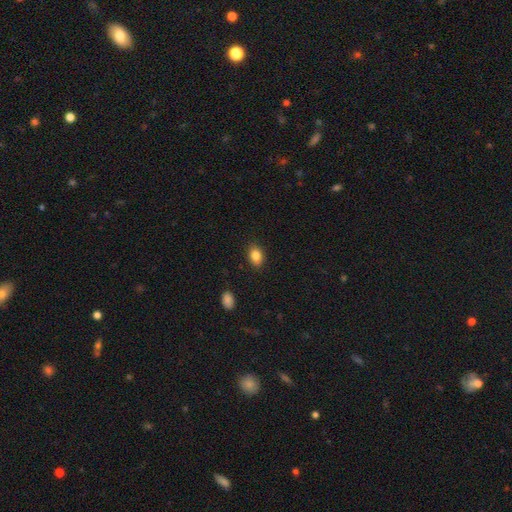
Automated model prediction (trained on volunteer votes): Smooth or featured? smooth (84%)
How rounded? in between (78%)
Merging? none (87%)